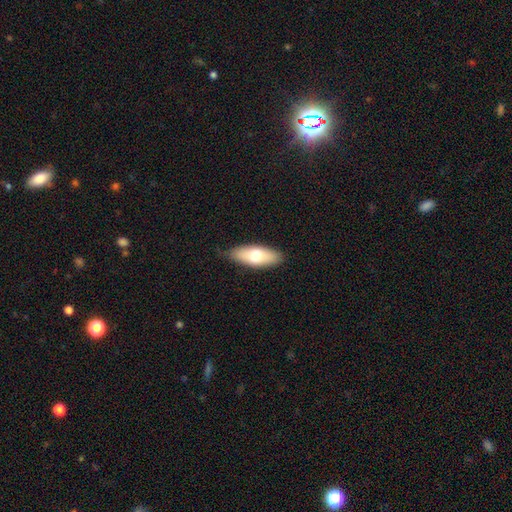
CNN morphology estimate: This is likely a smooth galaxy (65%). How rounded: likely in between (76%). Merging: clearly none (81%).